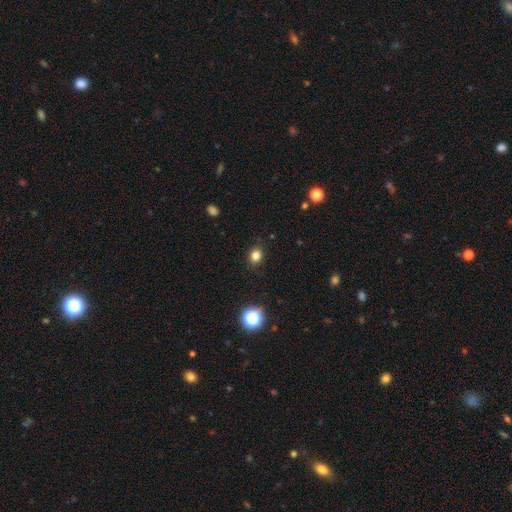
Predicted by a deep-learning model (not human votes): Smooth or featured? Predicted: smooth (p=0.81). How rounded? Predicted: round (p=0.60). Merging? Predicted: none (p=0.87).